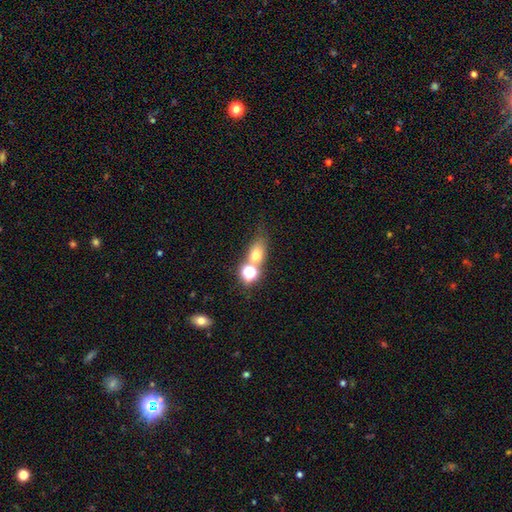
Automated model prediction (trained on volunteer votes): Q: Smooth or featured?
A: smooth (64%); runner-up: star or artifact (21%)
Q: How rounded?
A: in between (54%); runner-up: round (42%)
Q: Merging?
A: none (48%); runner-up: merger (35%)